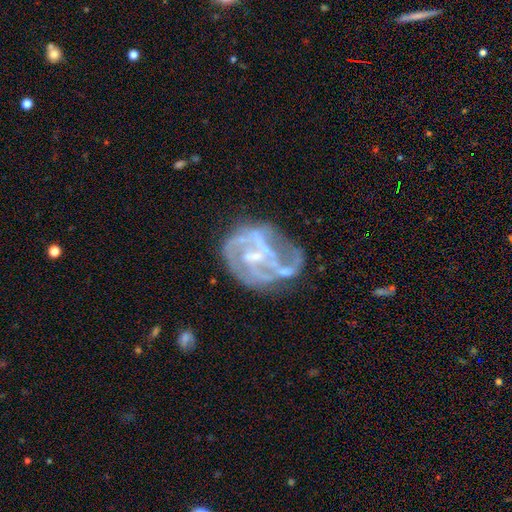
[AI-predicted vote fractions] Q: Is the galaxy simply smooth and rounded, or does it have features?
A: featured or disk — 81%.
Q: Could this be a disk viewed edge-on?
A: no — 98%.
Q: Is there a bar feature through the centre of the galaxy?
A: weak — 42%.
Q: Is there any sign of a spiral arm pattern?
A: yes — 72%.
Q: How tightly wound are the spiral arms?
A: medium — 42%.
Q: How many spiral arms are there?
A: can't tell — 34%.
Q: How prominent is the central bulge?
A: small — 49%.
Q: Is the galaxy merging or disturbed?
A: none — 41%.